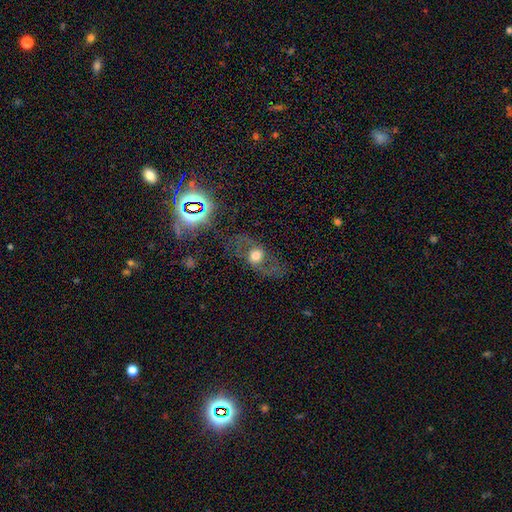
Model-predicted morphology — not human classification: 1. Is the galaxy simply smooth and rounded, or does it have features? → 60% featured or disk, 26% smooth, 14% star or artifact.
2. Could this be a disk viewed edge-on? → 82% no, 18% yes.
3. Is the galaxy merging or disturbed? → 63% none, 17% major disturbance, 15% minor disturbance, 4% merger.